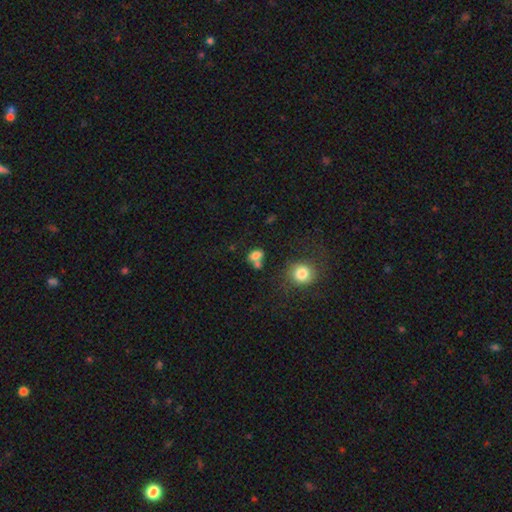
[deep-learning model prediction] This is likely a smooth galaxy (75%). How rounded: likely in between (68%). Merging: marginally merger (41%).